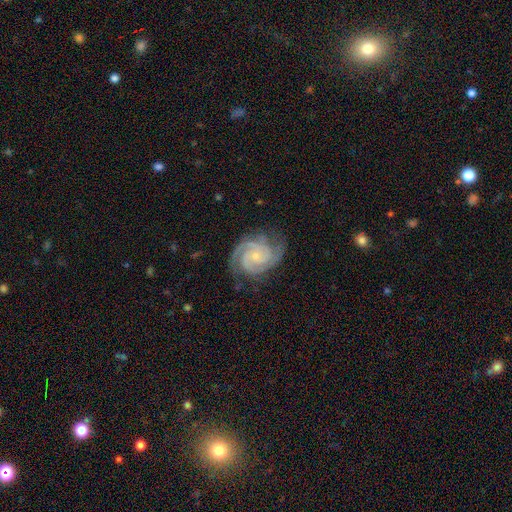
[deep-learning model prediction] This is clearly a featured or disk galaxy (92%). It is clearly not viewed edge-on (98%). Bar: likely no (71%). Spiral arm pattern: clearly yes (99%). Spiral arm count: possibly 3 (49%). Spiral winding: likely tight (67%). Central bulge: likely small (78%). Merging: likely none (77%).